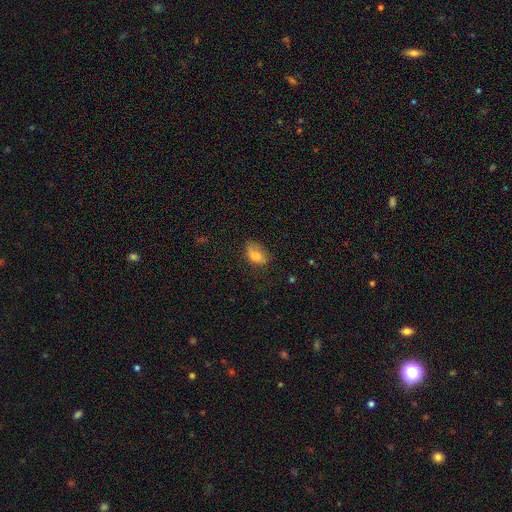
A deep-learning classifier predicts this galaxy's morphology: Smooth or featured? smooth (77%)
How rounded? in between (88%)
Merging? none (46%)